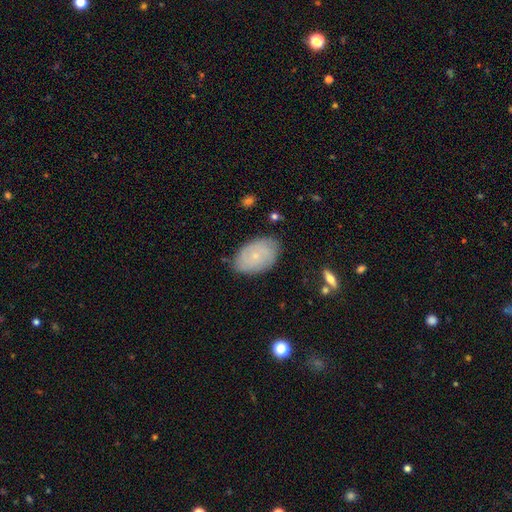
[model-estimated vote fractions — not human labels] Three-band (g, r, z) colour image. It shows a featured or disk galaxy (50%). Merging: none (78%).